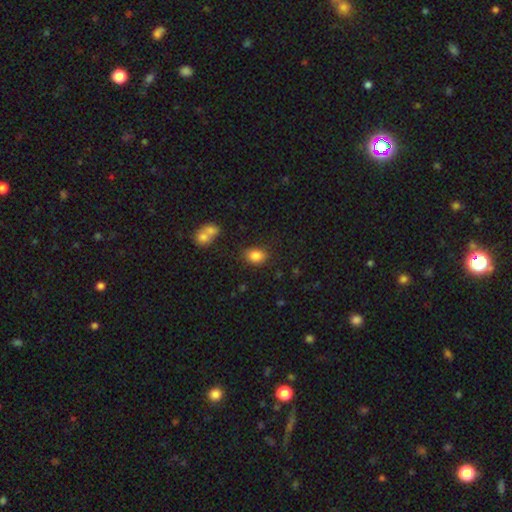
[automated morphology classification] smooth 84%, star or artifact 10%, featured or disk 6%. Down the decision tree: how rounded — in between (67%); merging — none (79%).